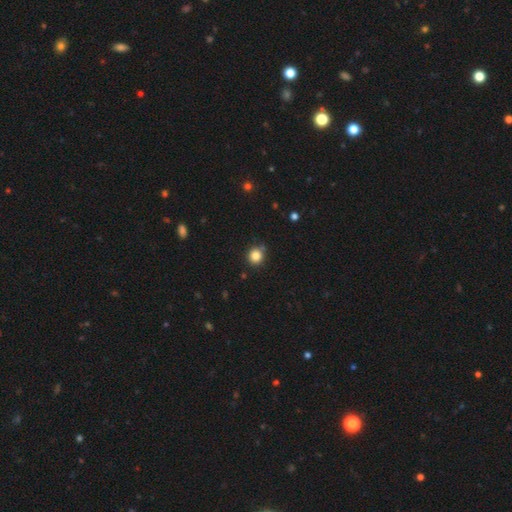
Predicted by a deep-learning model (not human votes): This appears to be a smooth galaxy with no disk features (84%) that is round (90%). Merging: none (83%).